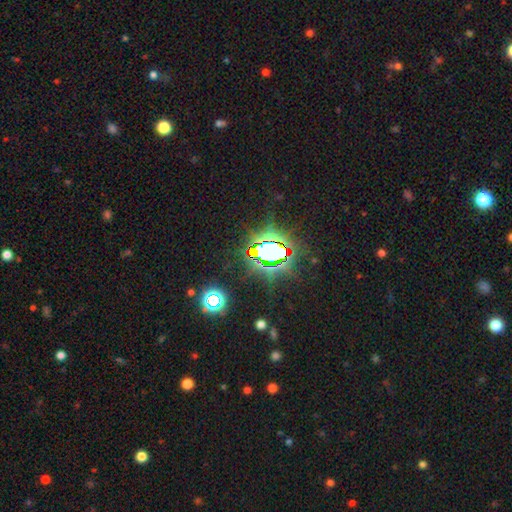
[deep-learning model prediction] smooth_or_featured: star or artifact (p=0.80) [alt: smooth p=0.11]